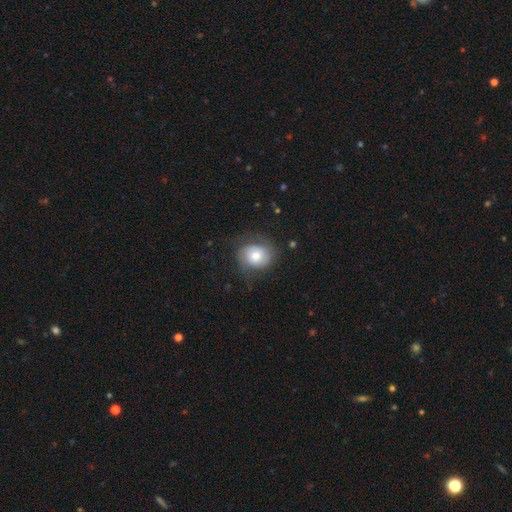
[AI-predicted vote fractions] This is possibly a smooth galaxy (55%). How rounded: likely round (67%). Merging: likely none (63%).